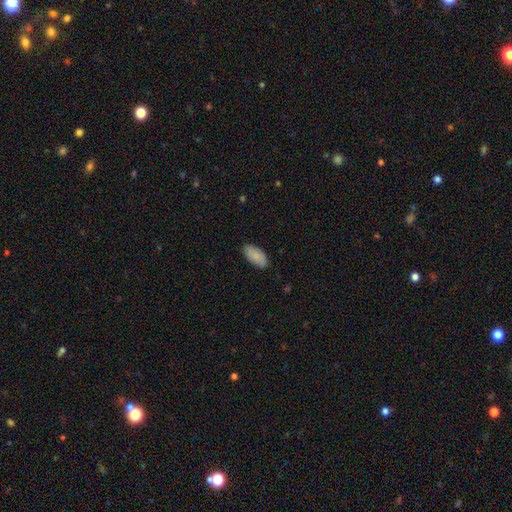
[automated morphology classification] Smooth or featured? smooth (86%)
How rounded? in between (93%)
Merging? none (85%)